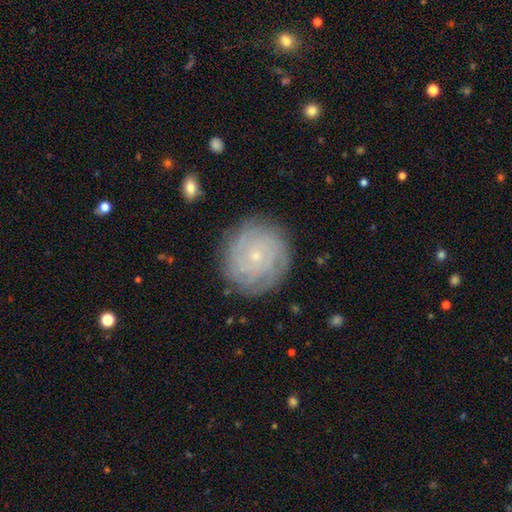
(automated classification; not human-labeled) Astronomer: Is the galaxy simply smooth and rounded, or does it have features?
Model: featured or disk — 72%.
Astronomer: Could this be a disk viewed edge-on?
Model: no — 98%.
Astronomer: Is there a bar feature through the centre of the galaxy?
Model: no — 84%.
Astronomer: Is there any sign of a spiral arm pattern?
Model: yes — 93%.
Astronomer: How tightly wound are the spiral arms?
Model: tight — 82%.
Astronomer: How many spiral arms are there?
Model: can't tell — 40% (runner-up: 4, 17%).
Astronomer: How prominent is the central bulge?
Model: small — 85%.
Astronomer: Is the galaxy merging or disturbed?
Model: none — 84%.